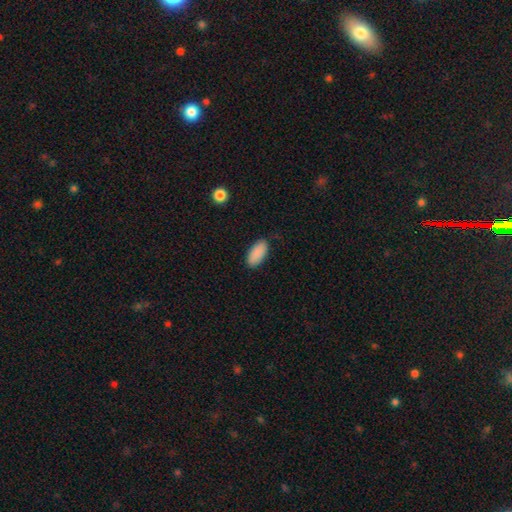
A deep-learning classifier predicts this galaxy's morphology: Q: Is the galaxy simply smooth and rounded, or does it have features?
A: smooth — 90%.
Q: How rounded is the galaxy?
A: in between — 90%.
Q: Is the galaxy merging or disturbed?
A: none — 85%.